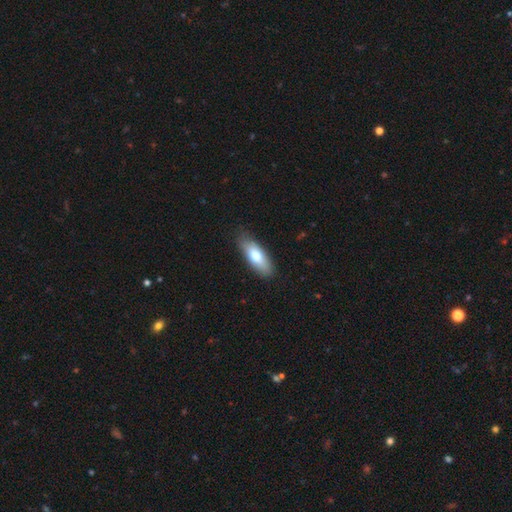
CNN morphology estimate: smooth 73%, featured or disk 21%, star or artifact 6%. Down the decision tree: how rounded — in between (69%); merging — none (84%).